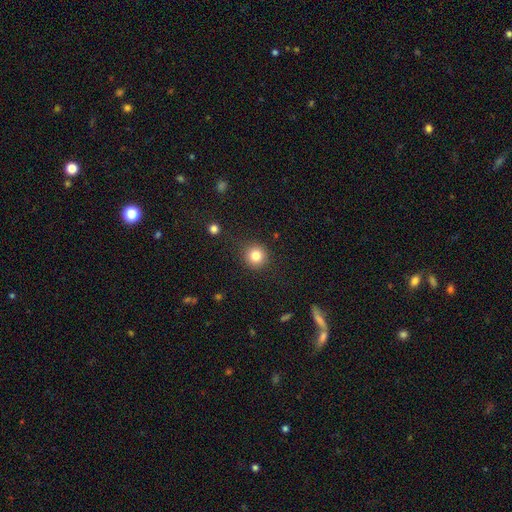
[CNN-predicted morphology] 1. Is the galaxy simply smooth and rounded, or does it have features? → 82% smooth, 11% star or artifact, 7% featured or disk.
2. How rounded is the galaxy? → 93% round, 6% in between, 1% cigar-shaped.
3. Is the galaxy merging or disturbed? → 88% none, 8% minor disturbance, 3% major disturbance, 2% merger.